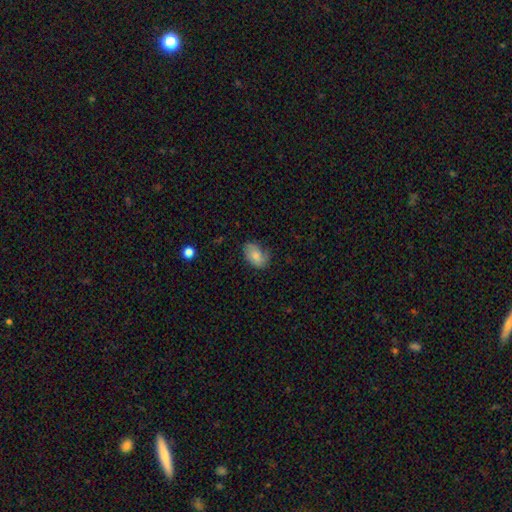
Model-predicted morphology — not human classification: Q: Smooth or featured?
A: smooth (74%); runner-up: featured or disk (19%)
Q: How rounded?
A: in between (87%); runner-up: round (12%)
Q: Merging?
A: none (63%); runner-up: minor disturbance (28%)